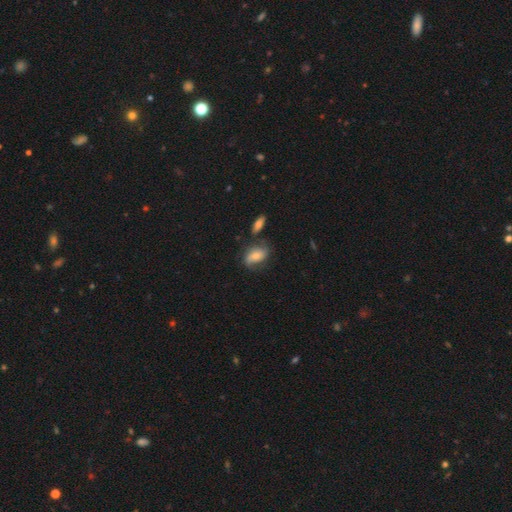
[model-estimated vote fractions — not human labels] A smooth galaxy with no disk features (47%). Merging: none (58%).